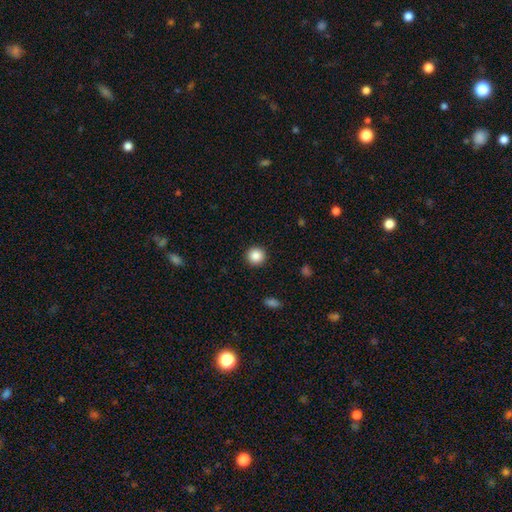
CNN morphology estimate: Smooth or featured? smooth (86%)
How rounded? round (96%)
Merging? none (93%)